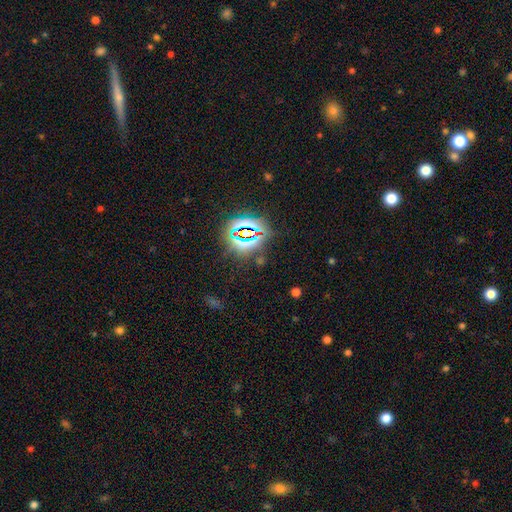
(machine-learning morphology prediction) This appears to be a star or artifact, not a galaxy (78%).